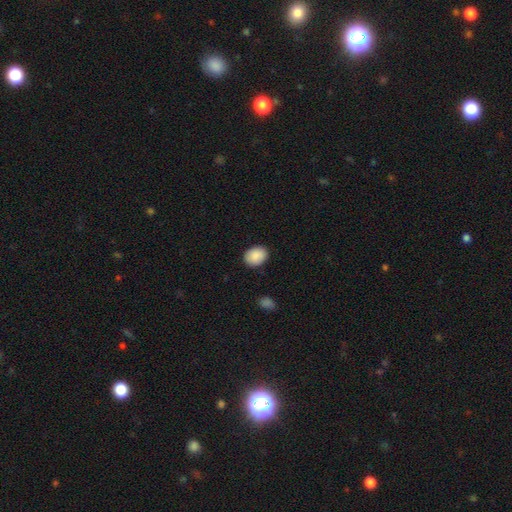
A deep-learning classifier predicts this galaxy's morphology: Smooth or featured?
  - smooth: 90% *
  - star or artifact: 6%
  - featured or disk: 4%
How rounded?
  - in between: 62% *
  - round: 37%
  - cigar-shaped: 1%
Merging?
  - none: 88% *
  - minor disturbance: 9%
  - major disturbance: 2%
  - merger: 1%